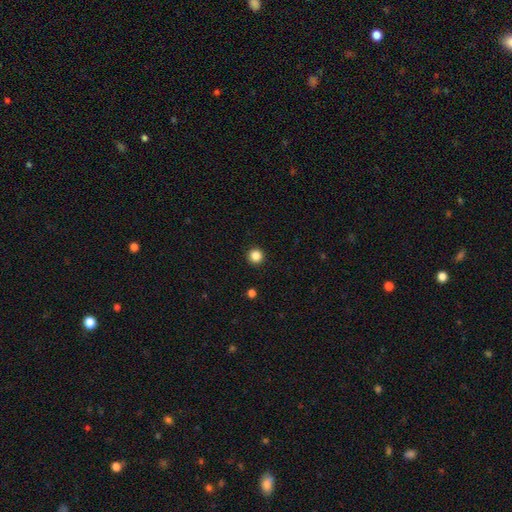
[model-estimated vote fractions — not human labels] This appears to be a smooth galaxy with no disk features (86%) that is round (96%). Merging: none (93%).